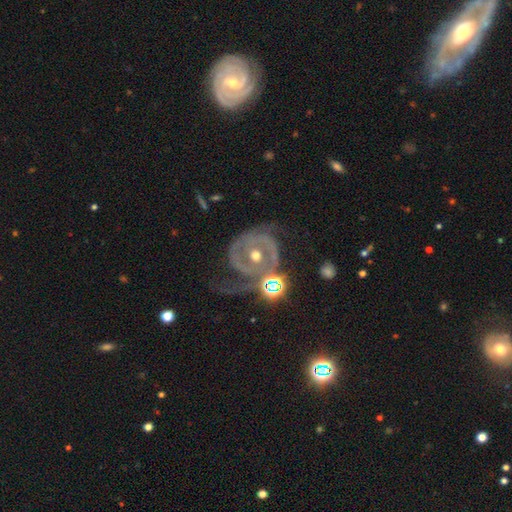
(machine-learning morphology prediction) Overall: featured or disk (81%). Edge-on disk: no (97%). Bar: no (70%). Spiral arms: yes (85%). Spiral arm count: 2 (60%). Spiral winding: tight (47%; medium 37%). Bulge size: moderate (70%). Merging: none (44%; major disturbance 26%).